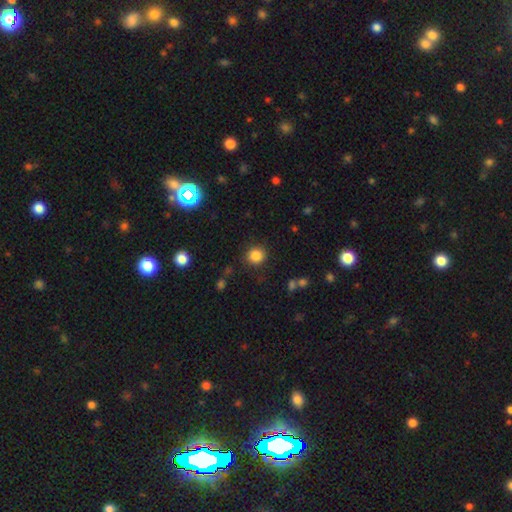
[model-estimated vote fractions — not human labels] Smooth or featured? Predicted: smooth (p=0.85). How rounded? Predicted: round (p=0.90). Merging? Predicted: none (p=0.89).